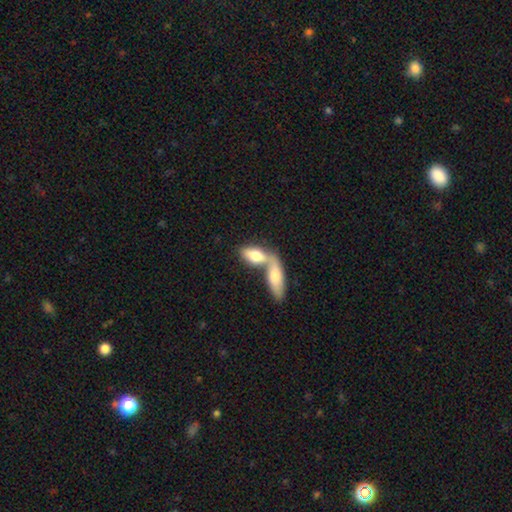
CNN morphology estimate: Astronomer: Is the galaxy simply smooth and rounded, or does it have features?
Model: smooth — 72%.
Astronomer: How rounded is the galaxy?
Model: in between — 80%.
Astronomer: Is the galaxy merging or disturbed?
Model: merger — 68%.